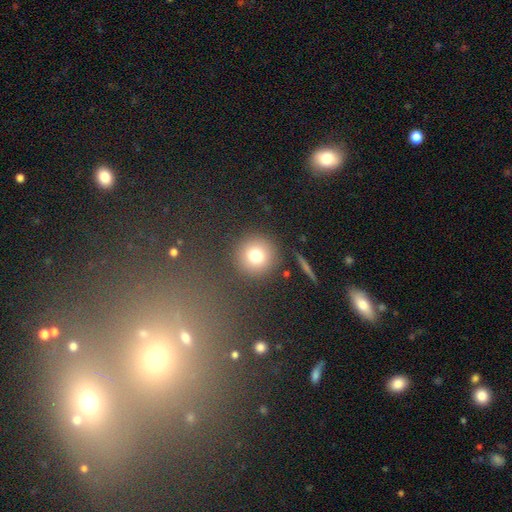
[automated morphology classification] The model was most divided on "smooth or featured": smooth: 75%, star or artifact: 14%, featured or disk: 11%. More confident: how rounded — round (93%); merging — none (88%).